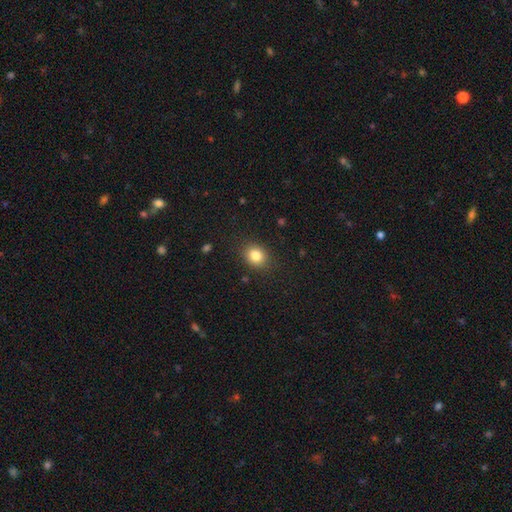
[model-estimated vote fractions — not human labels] smooth-or-featured: smooth: 83% | star or artifact: 10% | featured or disk: 6%
  how-rounded: round: 60% | in between: 40% | cigar-shaped: 1%
  merging: none: 86% | minor disturbance: 10% | major disturbance: 3% | merger: 1%